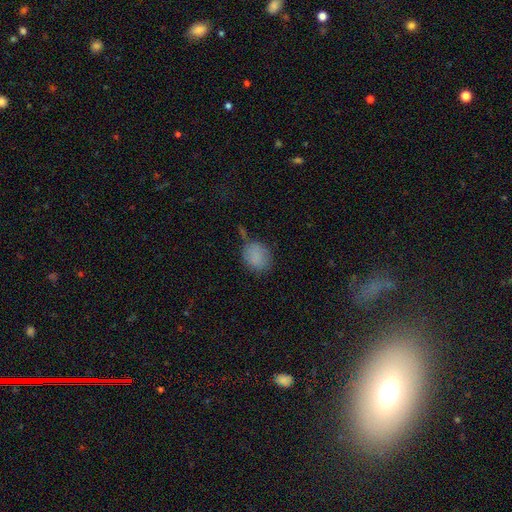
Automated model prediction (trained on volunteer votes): Smooth or featured: smooth — 84% (star or artifact — 9%)
How rounded: round — 59% (in between — 39%)
Merging: none — 62% (minor disturbance — 22%)